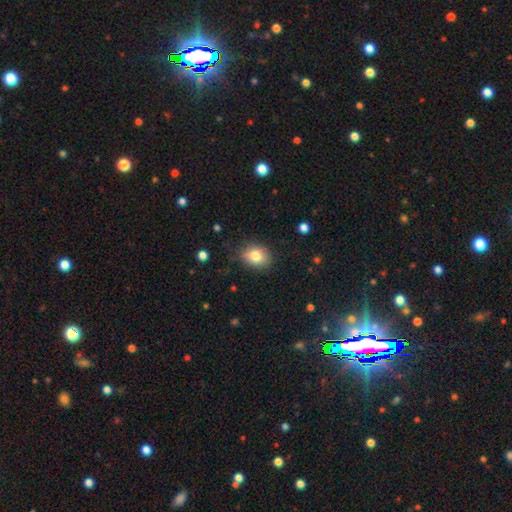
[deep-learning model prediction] The model was most divided on "how rounded": in between: 50%, round: 48%, cigar-shaped: 1%. More confident: merging — none (80%); smooth or featured — smooth (80%).